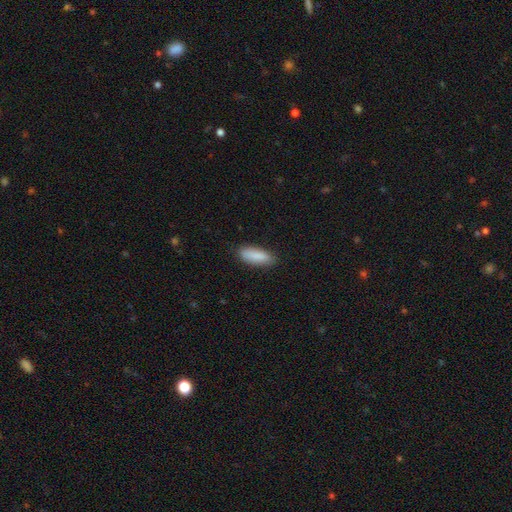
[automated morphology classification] Smooth or featured?
  - smooth: 89% *
  - star or artifact: 6%
  - featured or disk: 5%
How rounded?
  - in between: 65% *
  - cigar-shaped: 34%
  - round: 2%
Merging?
  - none: 87% *
  - minor disturbance: 10%
  - major disturbance: 2%
  - merger: 1%